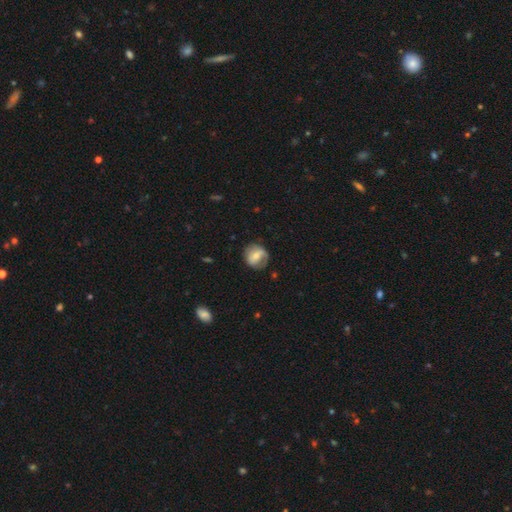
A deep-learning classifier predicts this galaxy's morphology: The model was most divided on "smooth or featured": smooth: 50%, featured or disk: 43%, star or artifact: 8%. More confident: merging — none (67%).